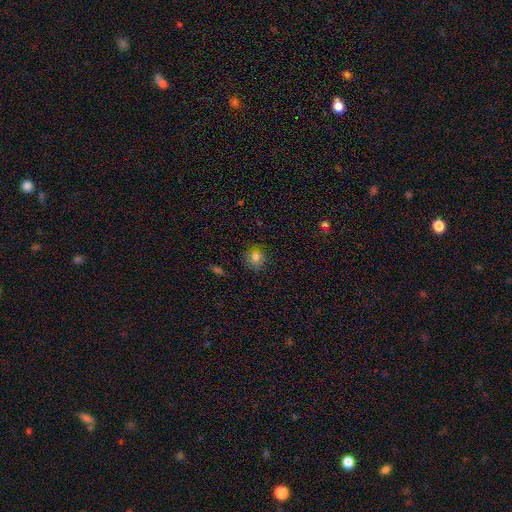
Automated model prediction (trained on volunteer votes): Smooth or featured?
  - smooth: 77% *
  - star or artifact: 16%
  - featured or disk: 7%
How rounded?
  - round: 73% *
  - in between: 26%
  - cigar-shaped: 1%
Merging?
  - none: 81% *
  - minor disturbance: 14%
  - major disturbance: 4%
  - merger: 2%